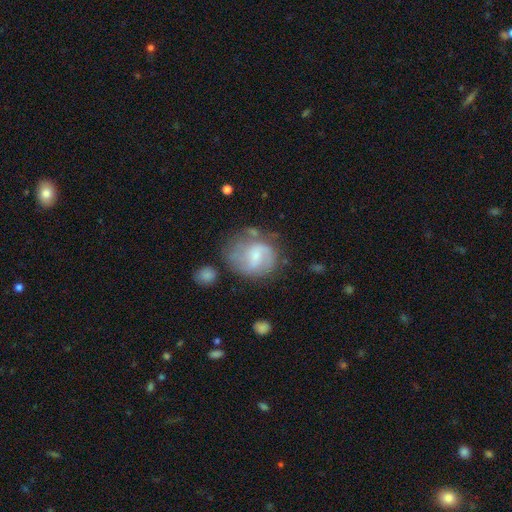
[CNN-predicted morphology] smooth-or-featured: featured or disk: 58% | smooth: 35% | star or artifact: 7%
  disk-edge-on: no: 98% | yes: 2%
    bar: weak: 50% | no: 39% | strong: 11%
    has-spiral-arms: yes: 79% | no: 21%
    bulge-size: small: 54% | moderate: 31% | none: 11% | large: 3% | dominant: 1%
  merging: none: 51% | minor disturbance: 24% | major disturbance: 17% | merger: 7%